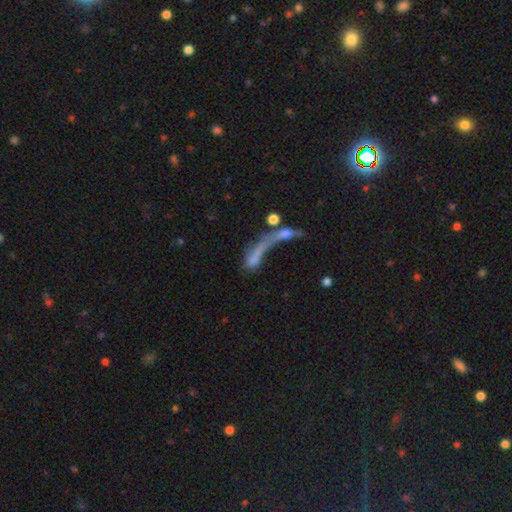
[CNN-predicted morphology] This is possibly a smooth galaxy (49%). Merging: marginally merger (36%).